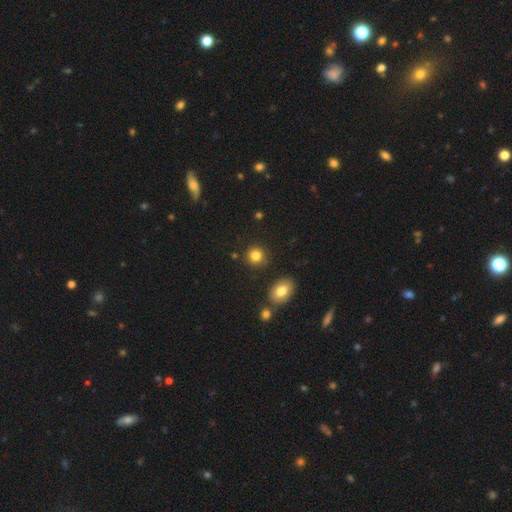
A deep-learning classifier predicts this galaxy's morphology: This appears to be a smooth galaxy with no disk features (83%) that is round (87%). Merging: none (87%).